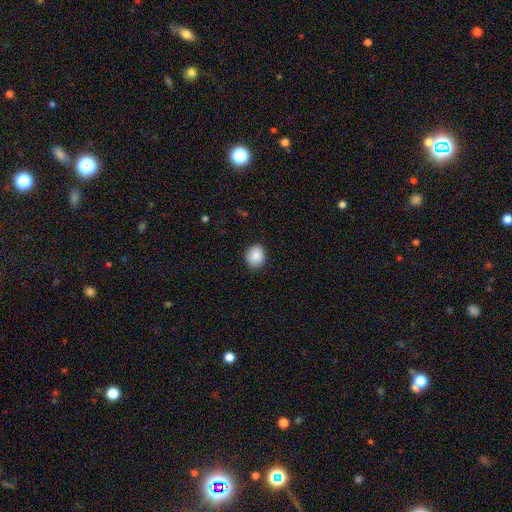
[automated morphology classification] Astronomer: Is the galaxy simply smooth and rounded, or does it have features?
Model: smooth — 88%.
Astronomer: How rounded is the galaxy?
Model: round — 60% (runner-up: in between, 39%).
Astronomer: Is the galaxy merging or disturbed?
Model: none — 87%.